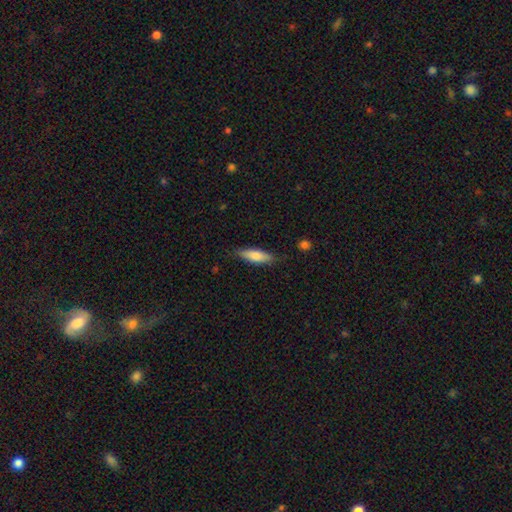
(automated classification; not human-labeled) The model was most divided on "how rounded": cigar-shaped: 54%, in between: 44%, round: 2%. More confident: merging — none (82%); smooth or featured — smooth (72%).